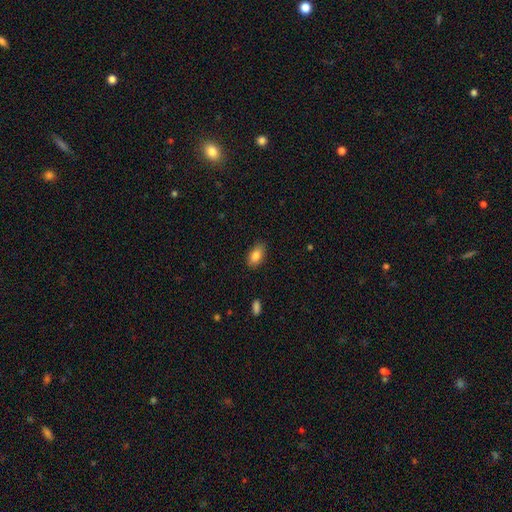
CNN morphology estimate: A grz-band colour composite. It shows a smooth galaxy with no disk features (84%) that is in between round and cigar-shaped (90%). Merging: none (85%).